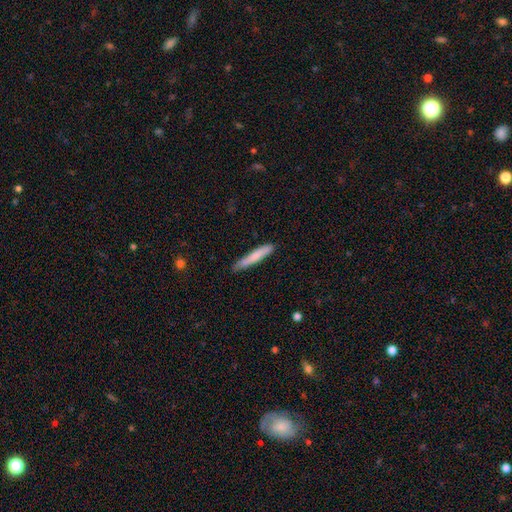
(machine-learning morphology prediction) Smooth or featured? Predicted: smooth (p=0.75). How rounded? Predicted: cigar-shaped (p=0.94). Merging? Predicted: none (p=0.81).